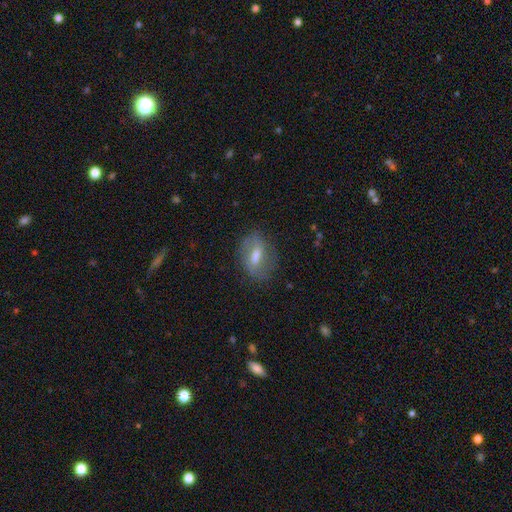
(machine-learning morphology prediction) smooth-or-featured: smooth: 46% | featured or disk: 45% | star or artifact: 9%
  merging: none: 74% | minor disturbance: 18% | major disturbance: 7% | merger: 2%